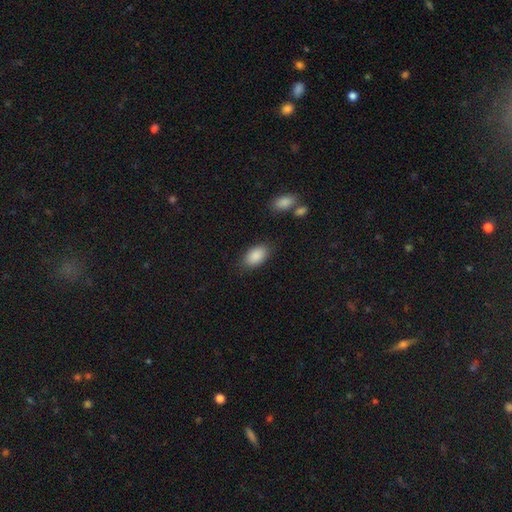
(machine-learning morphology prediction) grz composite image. It shows a smooth galaxy with no disk features (89%) that is in between round and cigar-shaped (93%). Merging: none (83%).